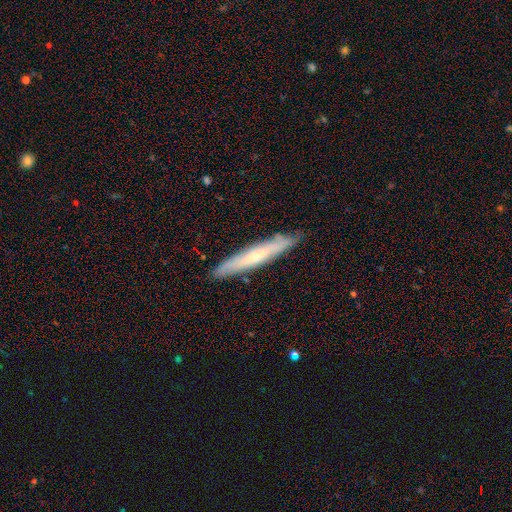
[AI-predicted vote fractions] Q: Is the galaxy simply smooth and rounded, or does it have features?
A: featured or disk — 48%.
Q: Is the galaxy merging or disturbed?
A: none — 87%.